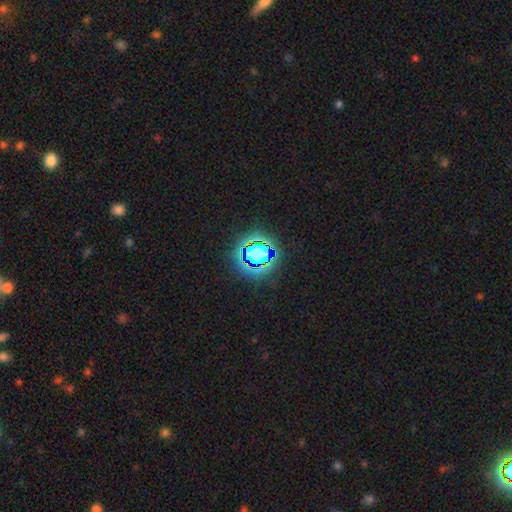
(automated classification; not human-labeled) star or artifact 75%, smooth 16%, featured or disk 9%.